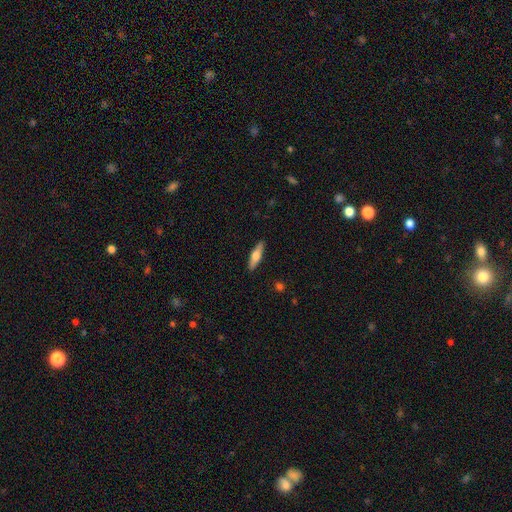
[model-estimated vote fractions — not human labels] smooth-or-featured: smooth: 52% | featured or disk: 42% | star or artifact: 6%
  how-rounded: cigar-shaped: 65% | in between: 32% | round: 2%
  merging: none: 90% | minor disturbance: 7% | major disturbance: 2% | merger: 1%